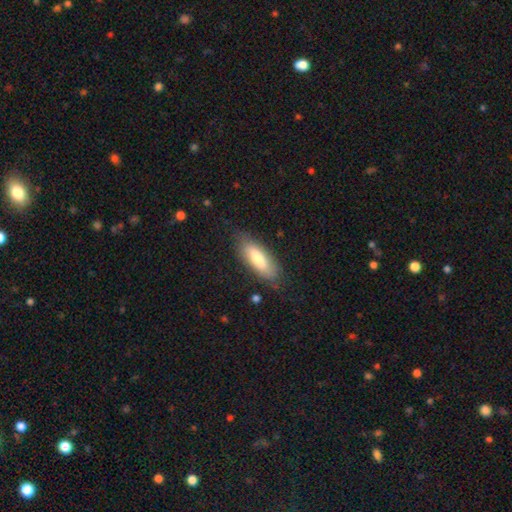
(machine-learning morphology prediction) This is likely a smooth galaxy (73%). How rounded: likely in between (67%). Merging: likely none (79%).